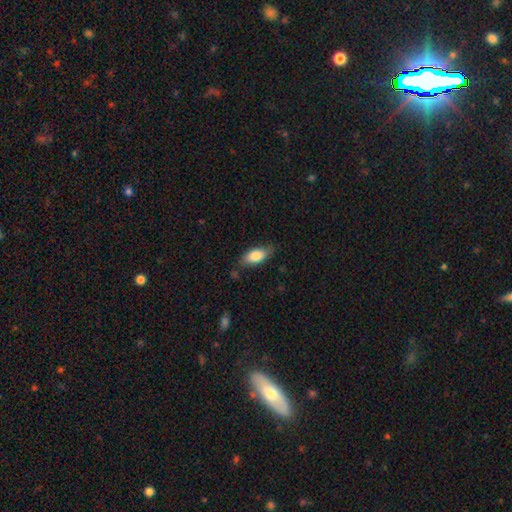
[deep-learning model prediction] Smooth or featured? smooth (80%)
How rounded? in between (87%)
Merging? none (73%)